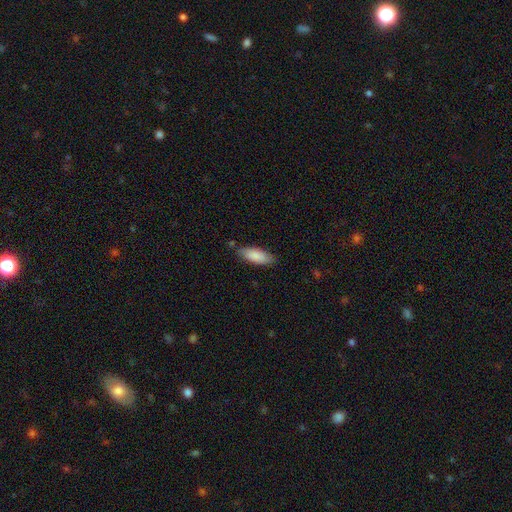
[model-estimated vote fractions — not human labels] smooth 86%, featured or disk 9%, star or artifact 5%. Down the decision tree: how rounded — in between (73%); merging — none (79%).